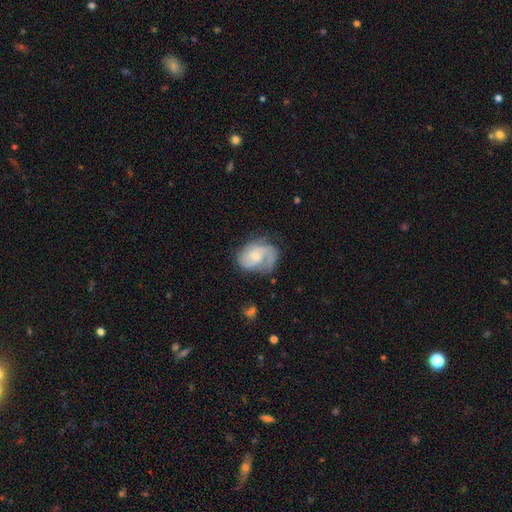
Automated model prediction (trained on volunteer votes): smooth-or-featured: featured or disk: 71% | smooth: 23% | star or artifact: 7%
  disk-edge-on: no: 97% | yes: 3%
    bar: no: 65% | weak: 31% | strong: 4%
    has-spiral-arms: yes: 91% | no: 9%
      spiral-winding: medium: 42% | tight: 38% | loose: 21%
      spiral-arm-count: 2: 46% | 1: 26% | can't tell: 17% | 3: 7% | 4: 2% | more than 4: 2%
    bulge-size: small: 50% | moderate: 38% | none: 7% | large: 4% | dominant: 1%
  merging: none: 53% | minor disturbance: 26% | major disturbance: 19% | merger: 2%